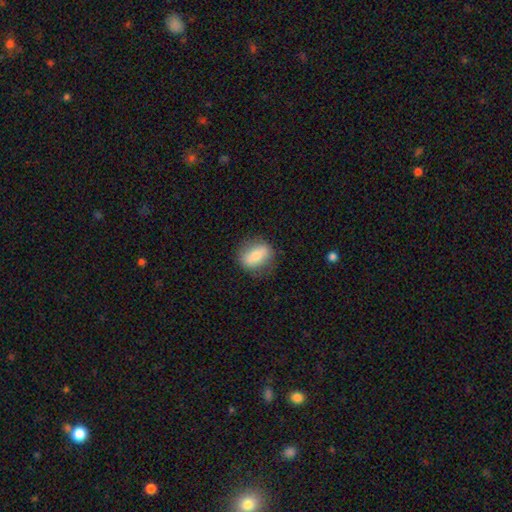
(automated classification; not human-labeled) smooth_or_featured: smooth (p=0.68) [alt: featured or disk p=0.25]
how_rounded: in between (p=0.64) [alt: round p=0.32]
merging: none (p=0.79) [alt: minor disturbance p=0.15]